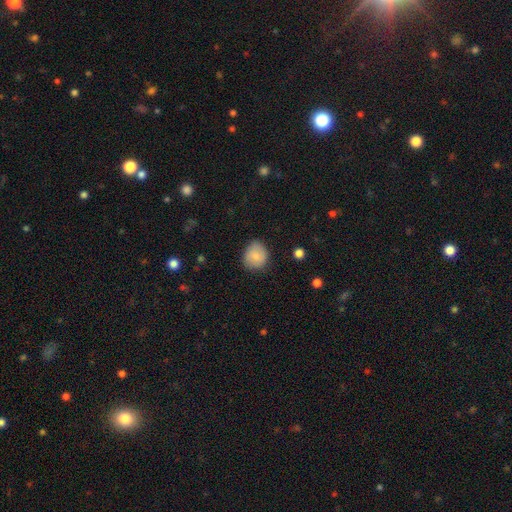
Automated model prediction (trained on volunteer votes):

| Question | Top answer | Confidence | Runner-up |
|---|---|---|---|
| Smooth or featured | smooth | 82% | featured or disk (11%) |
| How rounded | round | 77% | in between (22%) |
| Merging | none | 76% | minor disturbance (19%) |